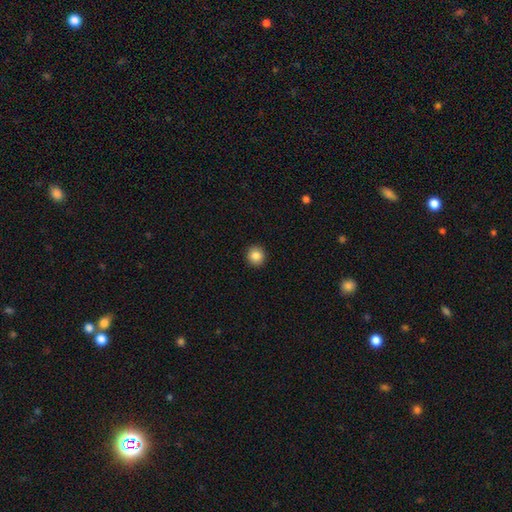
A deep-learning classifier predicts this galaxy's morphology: This is clearly a smooth galaxy (85%). How rounded: clearly round (90%). Merging: clearly none (93%).